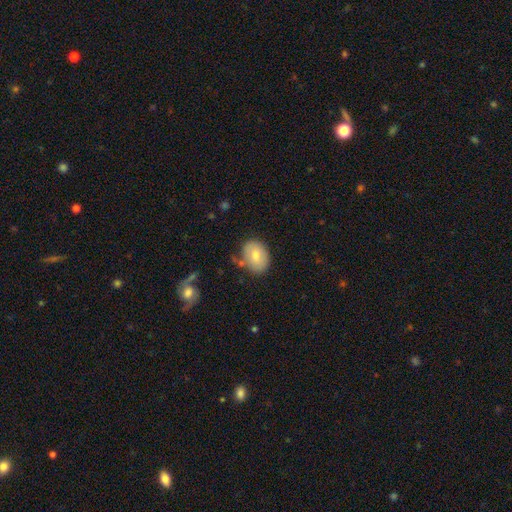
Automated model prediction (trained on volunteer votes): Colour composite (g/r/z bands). It shows a smooth galaxy with no disk features (75%) that is in between round and cigar-shaped (66%). Merging: none (70%).